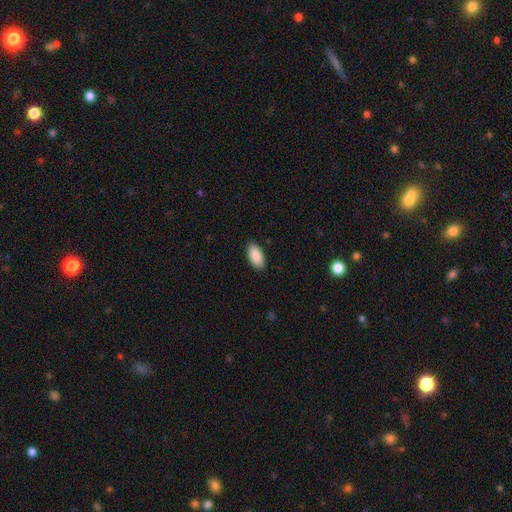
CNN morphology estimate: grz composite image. It shows a smooth galaxy with no disk features (89%) that is in between round and cigar-shaped (94%). Merging: none (89%).